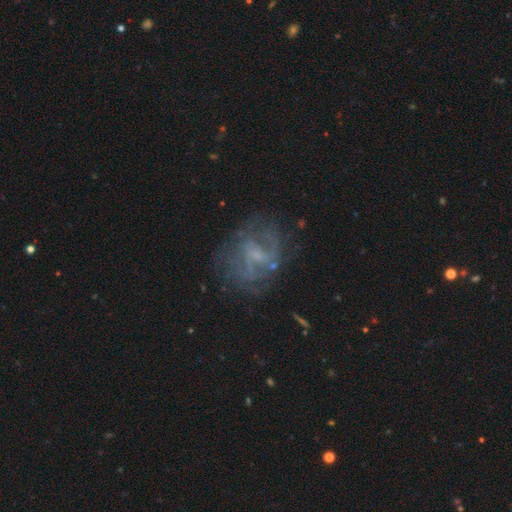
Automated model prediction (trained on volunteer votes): This appears to be a featured or disk galaxy (70%) with no bar (46%), spiral arms (65%) and a small central bulge (43%). Merging: none (63%).